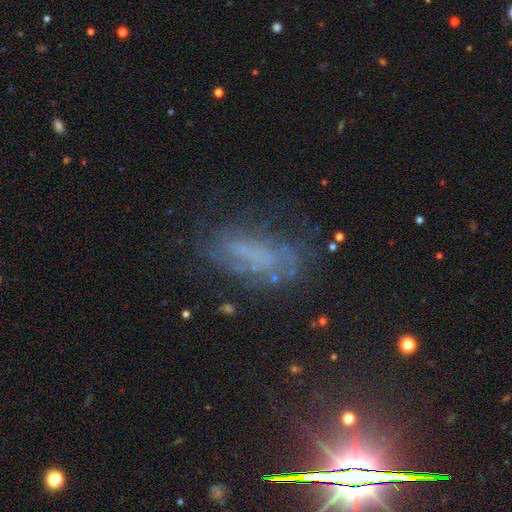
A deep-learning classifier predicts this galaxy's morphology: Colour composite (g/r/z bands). It shows a featured or disk galaxy (47%). Merging: none (51%).